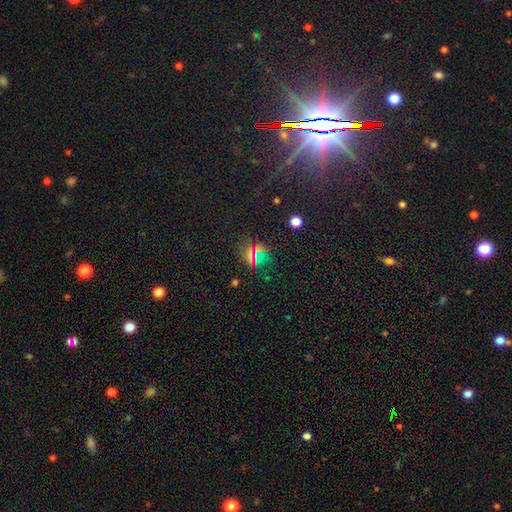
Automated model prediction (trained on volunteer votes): This appears to be a star or artifact, not a galaxy (50%).